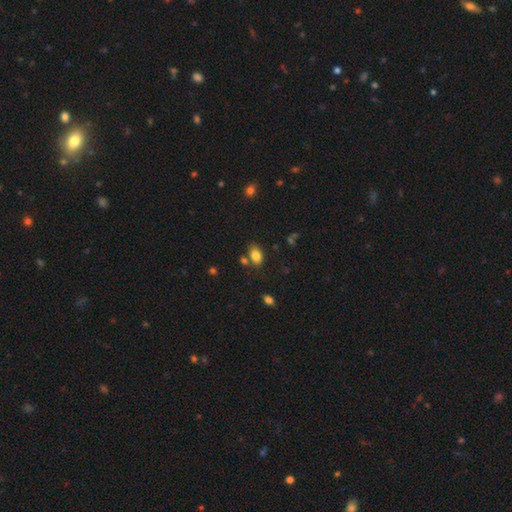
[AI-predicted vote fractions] A smooth galaxy with no disk features (83%) that is in between round and cigar-shaped (87%). Merging: none (71%).